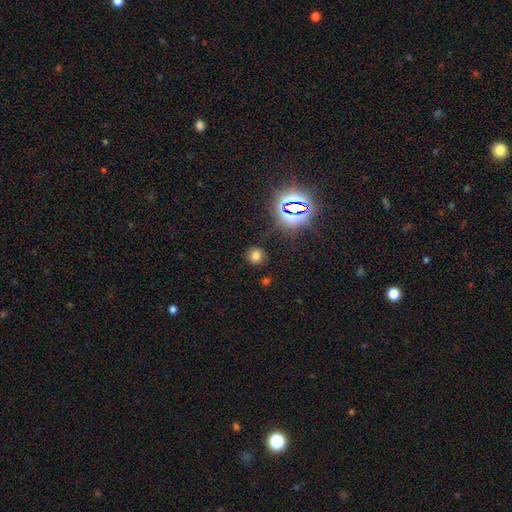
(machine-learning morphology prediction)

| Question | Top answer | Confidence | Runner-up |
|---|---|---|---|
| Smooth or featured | smooth | 67% | star or artifact (25%) |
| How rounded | round | 86% | in between (13%) |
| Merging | none | 86% | minor disturbance (9%) |